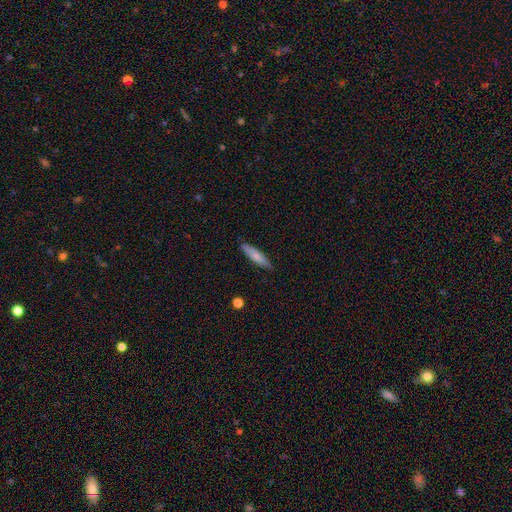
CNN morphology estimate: A smooth galaxy with no disk features (75%) that is cigar-shaped (76%).

Vote fractions:
- Smooth or featured? smooth: 75% / featured or disk: 19% / star or artifact: 6%
- How rounded? cigar-shaped: 76% / in between: 22% / round: 2%
- Merging? none: 86% / minor disturbance: 11% / major disturbance: 2% / merger: 1%